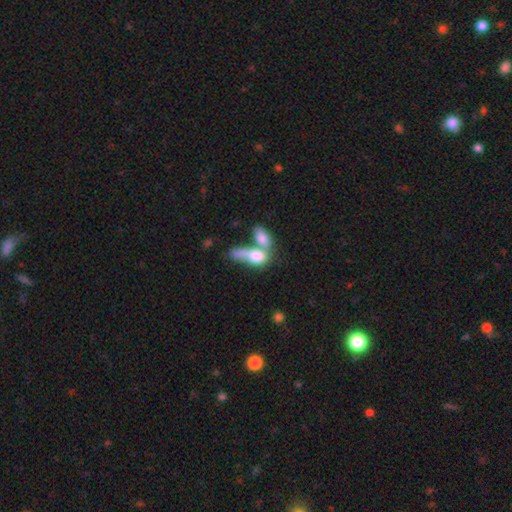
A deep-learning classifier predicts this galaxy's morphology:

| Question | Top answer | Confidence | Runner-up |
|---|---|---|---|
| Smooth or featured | smooth | 69% | featured or disk (24%) |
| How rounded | in between | 71% | cigar-shaped (18%) |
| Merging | merger | 66% | none (15%) |